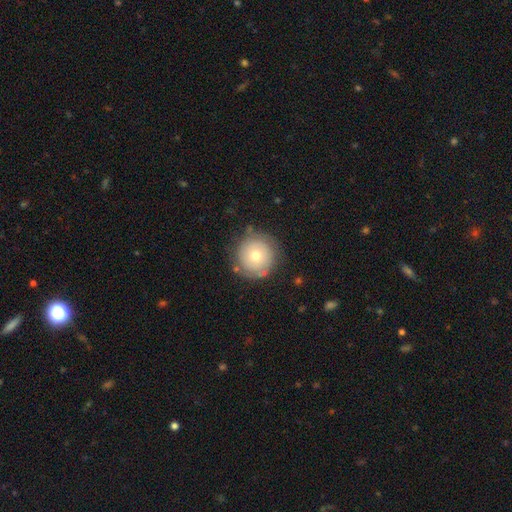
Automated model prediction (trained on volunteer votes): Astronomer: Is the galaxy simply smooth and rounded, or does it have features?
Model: smooth — 56% (runner-up: featured or disk, 35%).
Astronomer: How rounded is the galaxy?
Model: round — 94%.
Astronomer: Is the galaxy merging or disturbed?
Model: none — 79%.